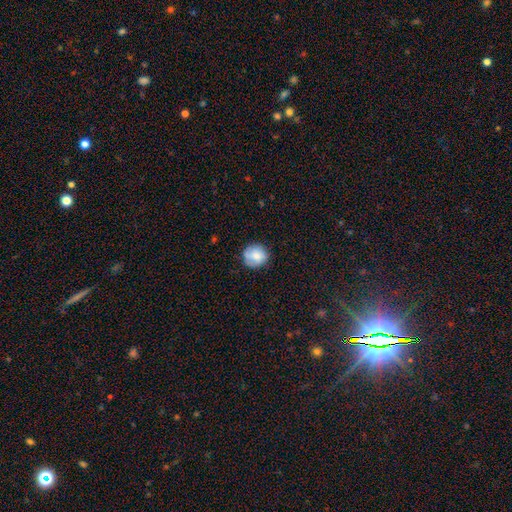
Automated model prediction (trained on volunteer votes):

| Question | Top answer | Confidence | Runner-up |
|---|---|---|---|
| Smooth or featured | smooth | 73% | featured or disk (20%) |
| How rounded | round | 89% | in between (10%) |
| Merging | none | 77% | minor disturbance (17%) |